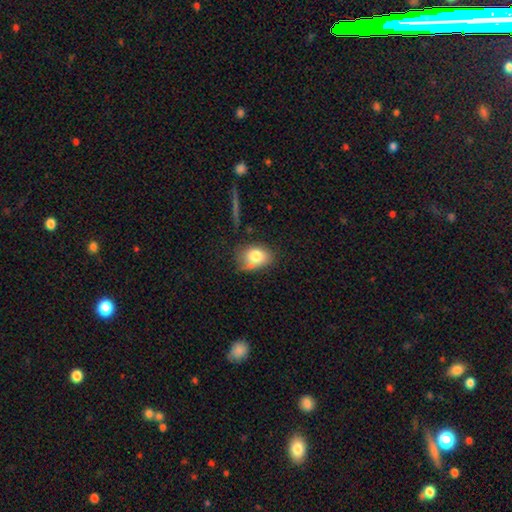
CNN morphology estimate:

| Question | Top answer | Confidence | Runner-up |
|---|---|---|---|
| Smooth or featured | smooth | 76% | featured or disk (15%) |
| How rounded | in between | 71% | round (27%) |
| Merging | none | 49% | minor disturbance (29%) |